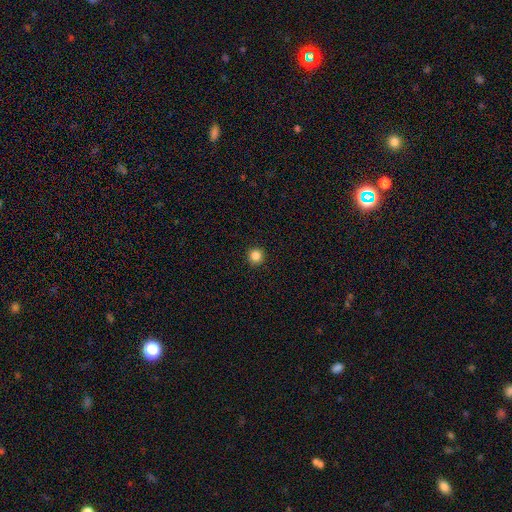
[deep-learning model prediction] A smooth galaxy with no disk features (84%) that is round (95%).

Vote fractions:
- Smooth or featured? smooth: 84% / star or artifact: 12% / featured or disk: 4%
- How rounded? round: 95% / in between: 4% / cigar-shaped: 1%
- Merging? none: 93% / minor disturbance: 4% / major disturbance: 2% / merger: 1%